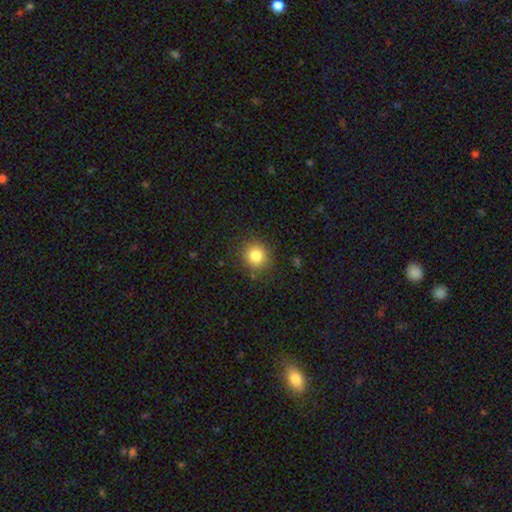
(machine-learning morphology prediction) smooth-or-featured: smooth: 82% | star or artifact: 11% | featured or disk: 6%
  how-rounded: round: 89% | in between: 10% | cigar-shaped: 1%
  merging: none: 87% | minor disturbance: 9% | major disturbance: 3% | merger: 1%